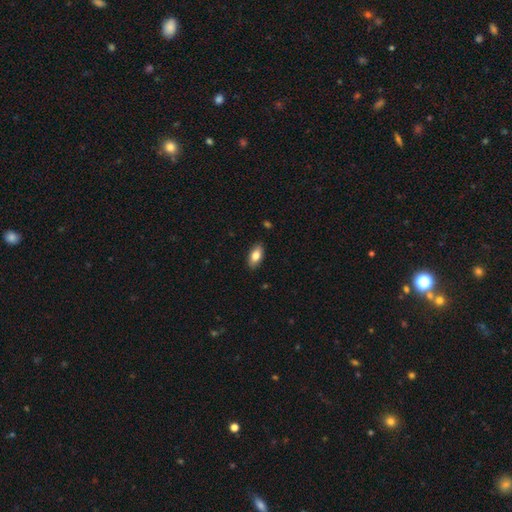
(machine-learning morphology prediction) Smooth or featured? Predicted: smooth (p=0.79). How rounded? Predicted: in between (p=0.90). Merging? Predicted: none (p=0.88).